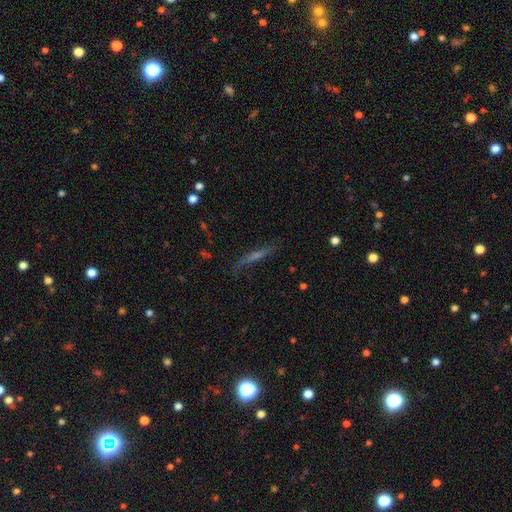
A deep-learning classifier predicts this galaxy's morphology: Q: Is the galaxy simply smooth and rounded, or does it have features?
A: featured or disk — 47%.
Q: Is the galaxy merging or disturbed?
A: none — 70%.